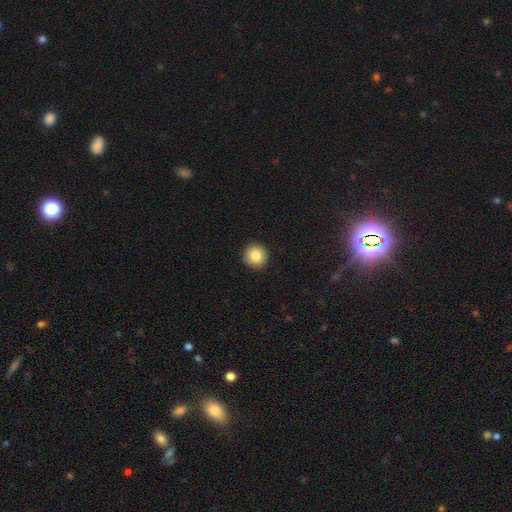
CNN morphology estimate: A smooth galaxy with no disk features (84%) that is round (95%). Merging: none (93%).